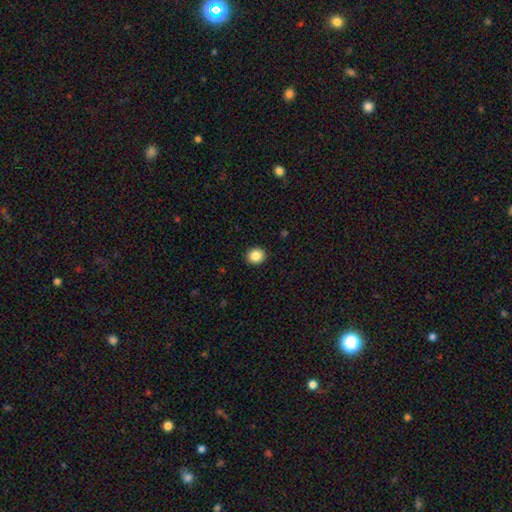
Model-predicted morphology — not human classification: Q: Smooth or featured?
A: smooth (86%); runner-up: star or artifact (10%)
Q: How rounded?
A: round (79%); runner-up: in between (20%)
Q: Merging?
A: none (92%); runner-up: minor disturbance (6%)